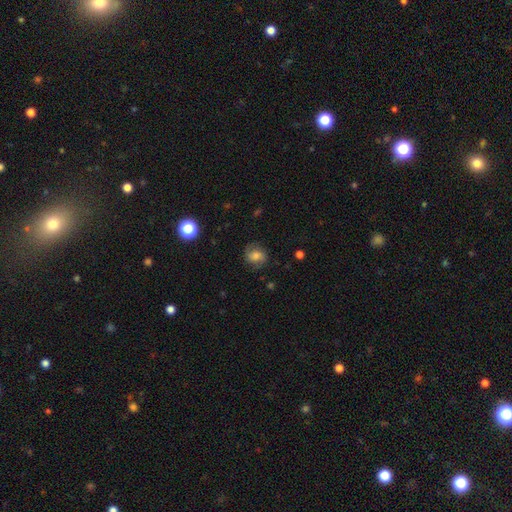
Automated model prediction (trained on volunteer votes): Smooth or featured? Predicted: featured or disk (p=0.45). Merging? Predicted: none (p=0.76).